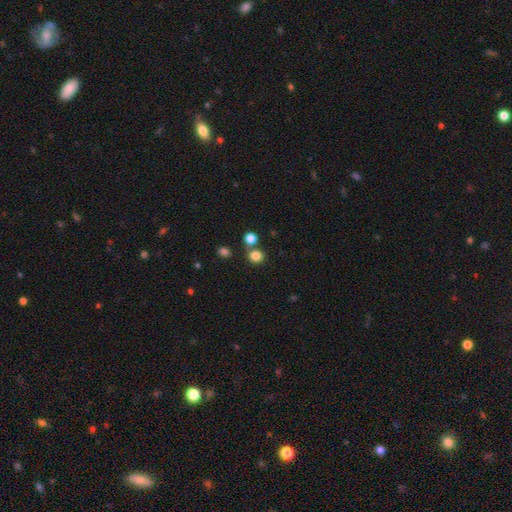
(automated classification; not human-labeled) This appears to be a smooth galaxy with no disk features (81%) that is round (85%). Merging: none (71%).